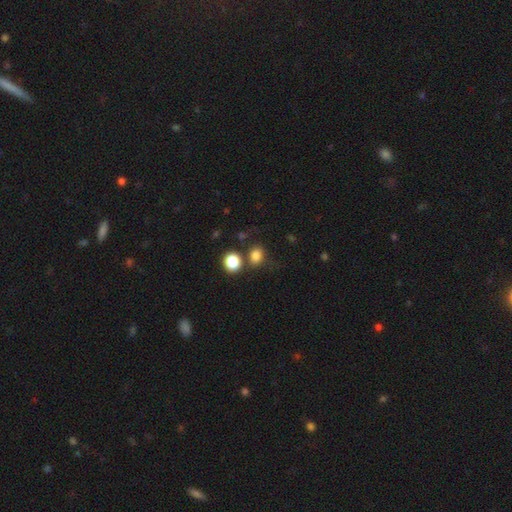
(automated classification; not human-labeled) Smooth or featured? smooth (80%)
How rounded? round (62%)
Merging? none (66%)